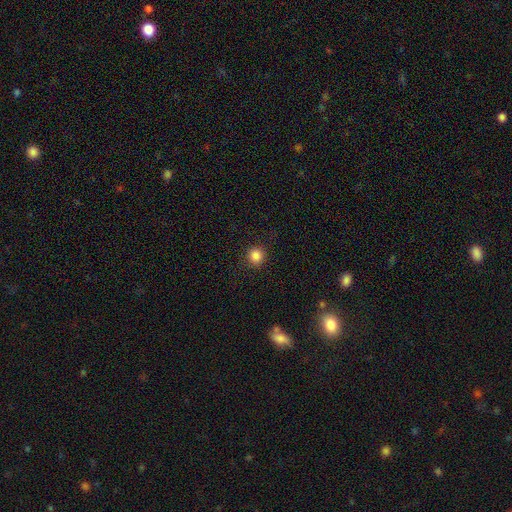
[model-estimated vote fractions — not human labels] Smooth or featured: smooth — 85% (star or artifact — 11%)
How rounded: round — 92% (in between — 7%)
Merging: none — 89% (minor disturbance — 7%)